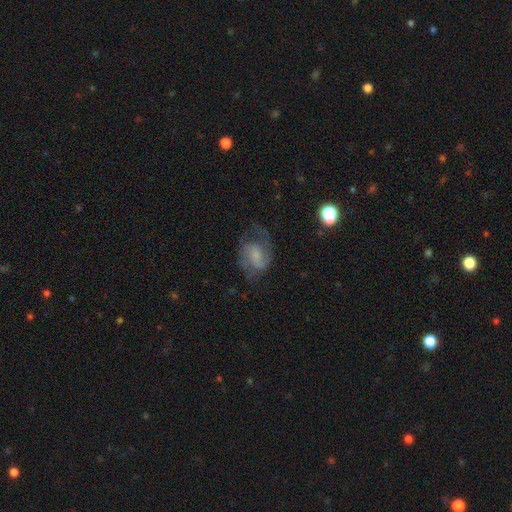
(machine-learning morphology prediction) A featured or disk galaxy (66%) with no bar (47%), 2 (73%) medium (49%) spiral arms (86%) and a small central bulge (48%). Merging: none (52%).